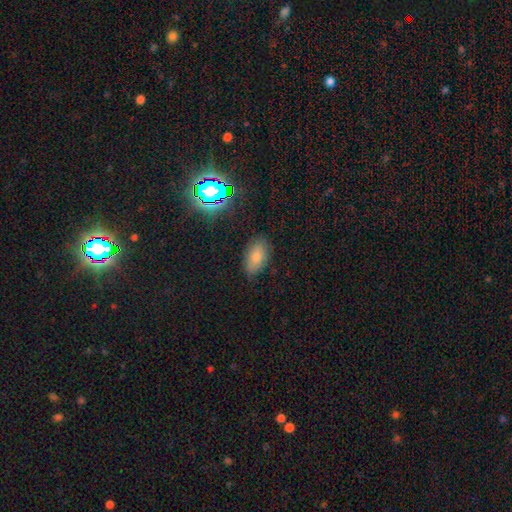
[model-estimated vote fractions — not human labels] smooth 68%, star or artifact 21%, featured or disk 11%. Down the decision tree: how rounded — in between (91%); merging — none (84%).